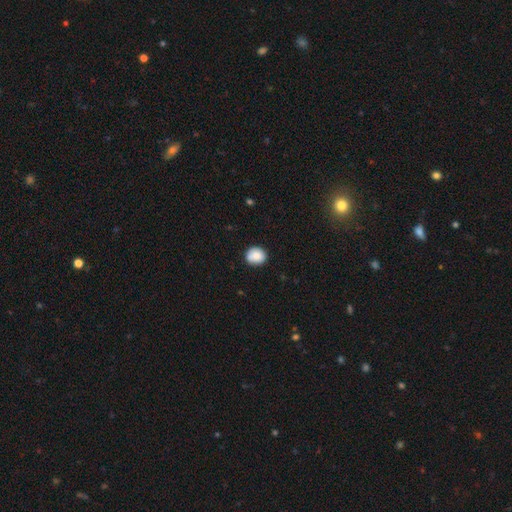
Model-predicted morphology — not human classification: smooth_or_featured: smooth (p=0.82) [alt: featured or disk p=0.09]
how_rounded: round (p=0.77) [alt: in between p=0.22]
merging: none (p=0.76) [alt: minor disturbance p=0.16]